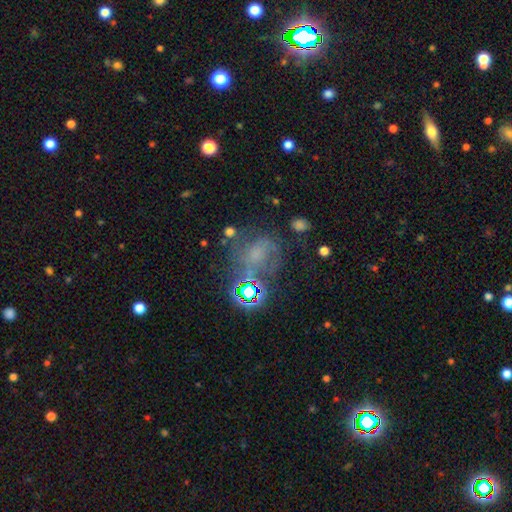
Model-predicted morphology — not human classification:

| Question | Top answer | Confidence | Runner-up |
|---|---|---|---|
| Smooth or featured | star or artifact | 36% | featured or disk (35%) |